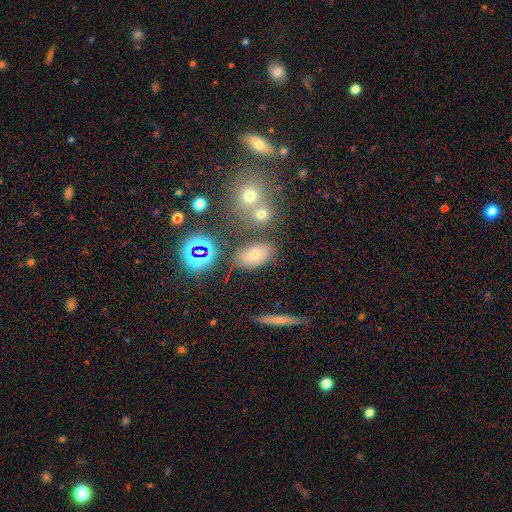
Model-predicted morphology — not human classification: A smooth galaxy with no disk features (58%) that is in between round and cigar-shaped (82%).

Vote fractions:
- Smooth or featured? smooth: 58% / star or artifact: 26% / featured or disk: 16%
- How rounded? in between: 82% / round: 14% / cigar-shaped: 4%
- Merging? none: 75% / minor disturbance: 12% / merger: 9% / major disturbance: 4%